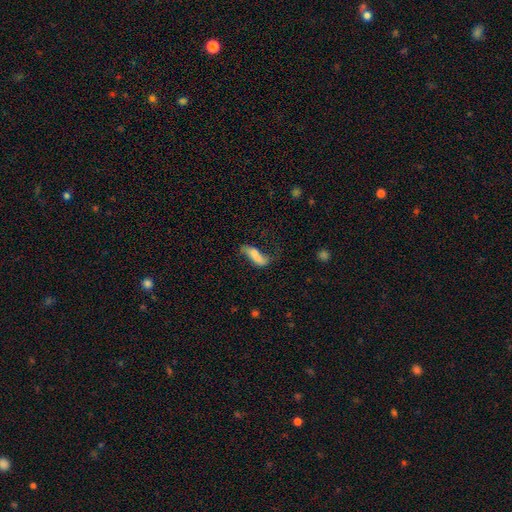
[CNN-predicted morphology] The model was most divided on "smooth or featured": featured or disk: 48%, smooth: 43%, star or artifact: 8%. Remaining: merging — none (47%).